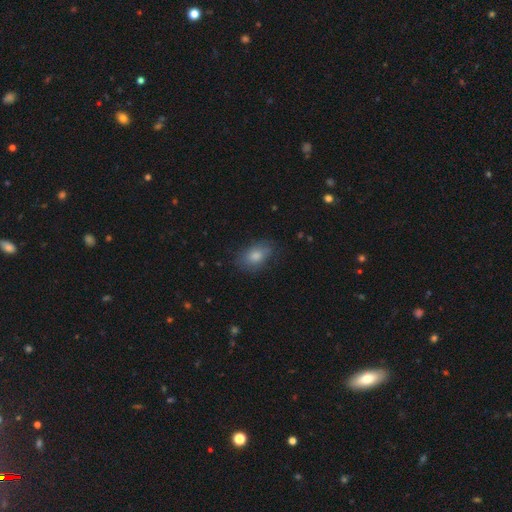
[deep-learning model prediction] Smooth or featured? smooth (79%)
How rounded? in between (87%)
Merging? none (69%)